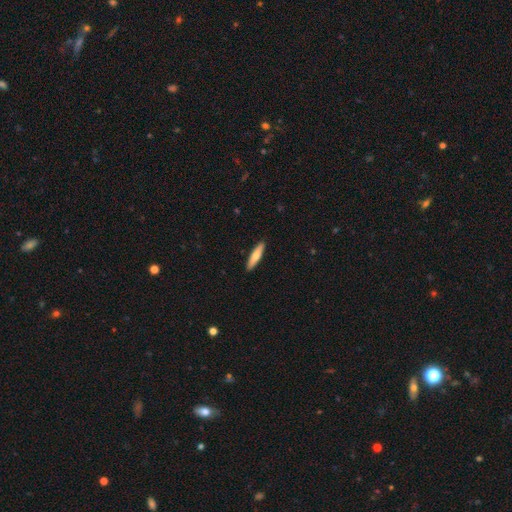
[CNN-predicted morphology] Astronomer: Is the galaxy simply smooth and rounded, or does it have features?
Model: smooth — 68%.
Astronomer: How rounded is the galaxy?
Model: cigar-shaped — 82%.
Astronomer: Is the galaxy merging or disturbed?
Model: none — 91%.